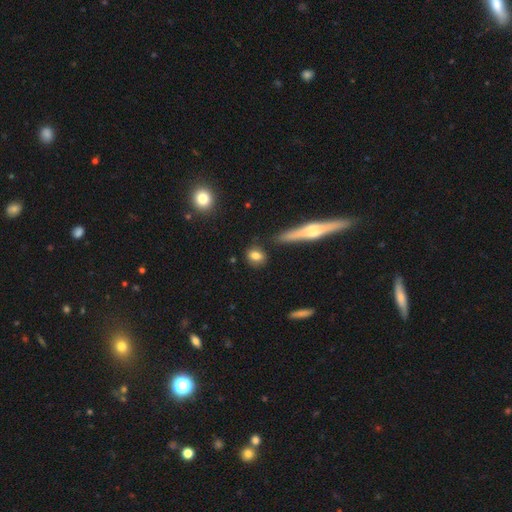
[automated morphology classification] Smooth or featured: smooth — 79% (featured or disk — 13%)
How rounded: in between — 49% (round — 44%)
Merging: none — 79% (minor disturbance — 13%)